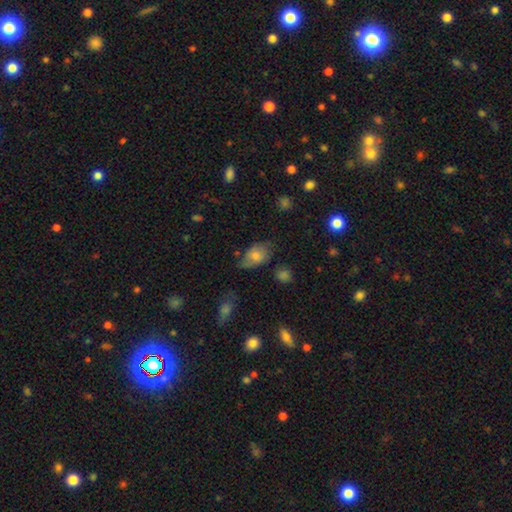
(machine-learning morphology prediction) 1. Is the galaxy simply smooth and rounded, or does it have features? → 70% smooth, 20% featured or disk, 9% star or artifact.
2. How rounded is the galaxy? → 86% in between, 12% round, 2% cigar-shaped.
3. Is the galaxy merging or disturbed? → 55% none, 32% minor disturbance, 10% major disturbance, 3% merger.